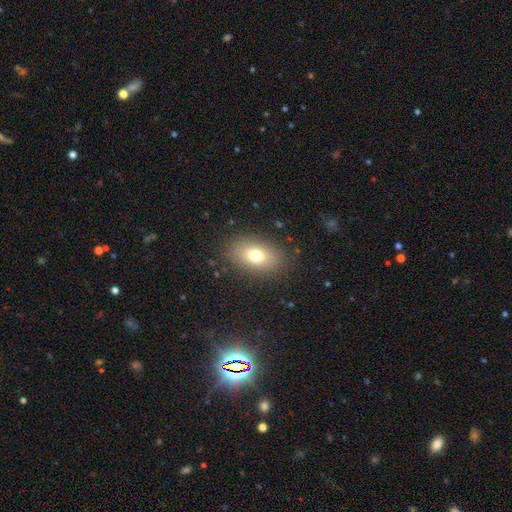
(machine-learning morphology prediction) type=smooth (74%); roundness=in between (81%); merging=none (85%).